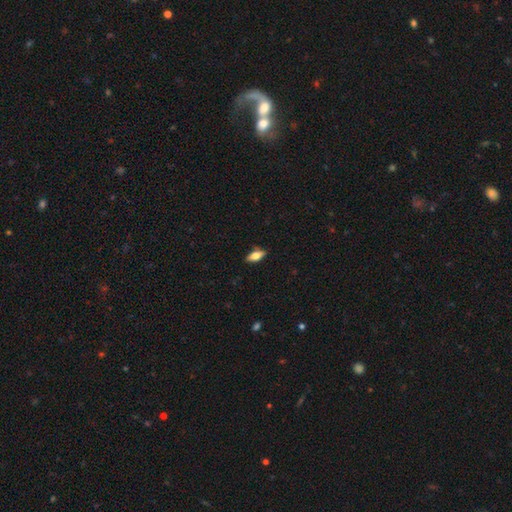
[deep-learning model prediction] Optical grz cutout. It shows a smooth galaxy with no disk features (66%) that is in between round and cigar-shaped (81%). Merging: none (85%).